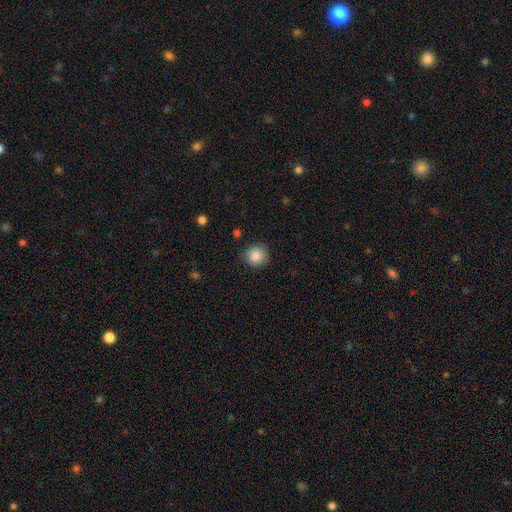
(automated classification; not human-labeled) Smooth or featured? smooth (87%)
How rounded? round (92%)
Merging? none (84%)